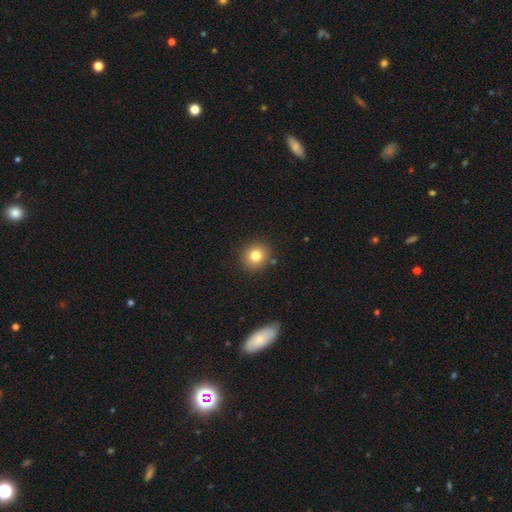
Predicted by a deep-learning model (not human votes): smooth 81%, star or artifact 11%, featured or disk 8%. Down the decision tree: how rounded — round (86%); merging — none (88%).